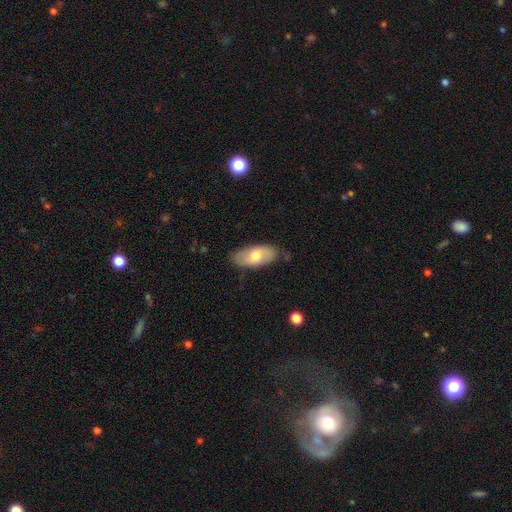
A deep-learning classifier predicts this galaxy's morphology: smooth-or-featured: smooth: 66% | featured or disk: 28% | star or artifact: 6%
  how-rounded: in between: 90% | cigar-shaped: 7% | round: 3%
  merging: none: 78% | minor disturbance: 17% | major disturbance: 3% | merger: 2%